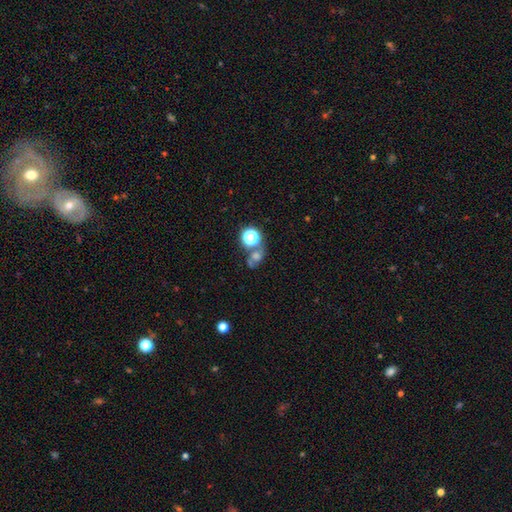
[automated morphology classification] Smooth or featured?
  - star or artifact: 42% *
  - smooth: 39%
  - featured or disk: 19%